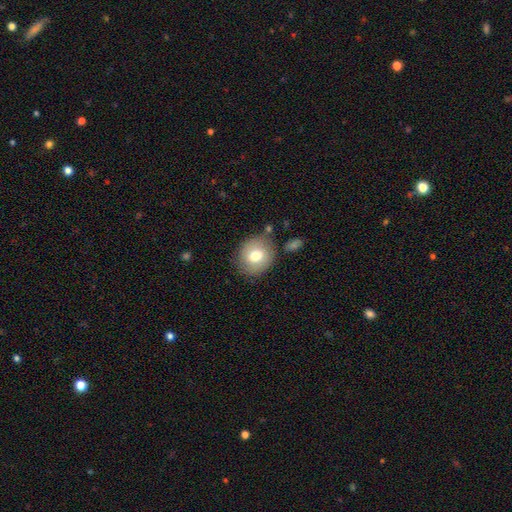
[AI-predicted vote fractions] smooth_or_featured: smooth (p=0.73) [alt: featured or disk p=0.19]
how_rounded: round (p=0.77) [alt: in between p=0.22]
merging: none (p=0.77) [alt: minor disturbance p=0.14]